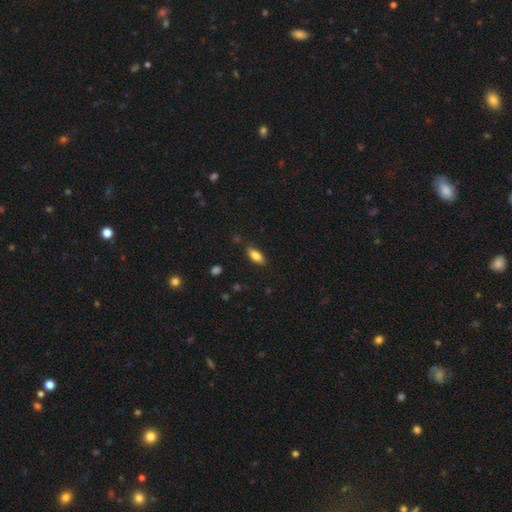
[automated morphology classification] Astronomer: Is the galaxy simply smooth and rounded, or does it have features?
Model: smooth — 83%.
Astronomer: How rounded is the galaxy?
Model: in between — 85%.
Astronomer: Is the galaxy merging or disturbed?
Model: none — 83%.